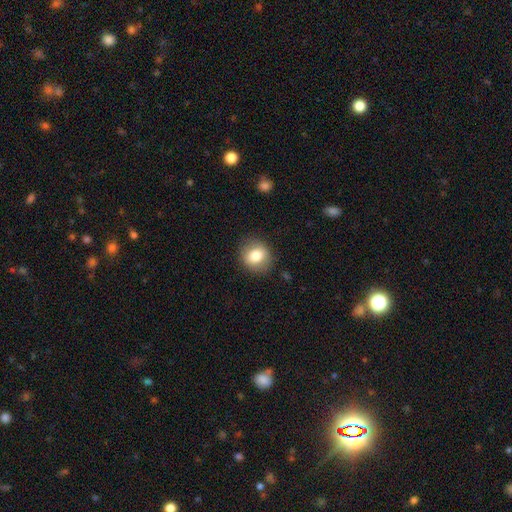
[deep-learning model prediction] Smooth or featured: smooth — 78% (featured or disk — 13%)
How rounded: round — 75% (in between — 24%)
Merging: none — 86% (minor disturbance — 10%)